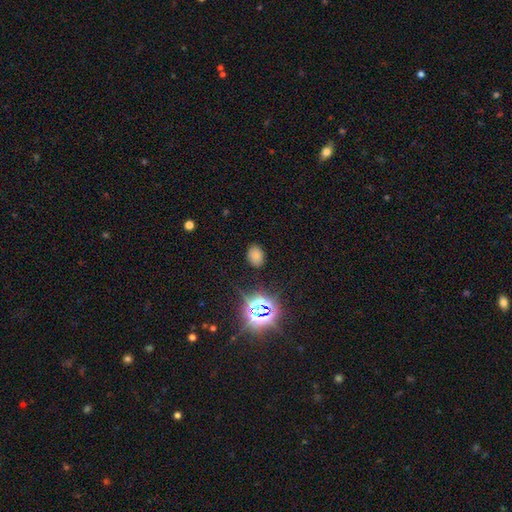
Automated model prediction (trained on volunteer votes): smooth 68%, star or artifact 25%, featured or disk 7%. Down the decision tree: how rounded — in between (77%); merging — none (83%).